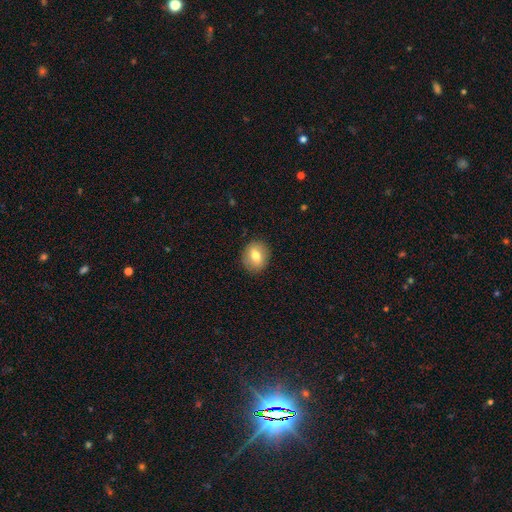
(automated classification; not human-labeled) Q: Smooth or featured?
A: smooth (71%); runner-up: featured or disk (20%)
Q: How rounded?
A: round (66%); runner-up: in between (33%)
Q: Merging?
A: none (88%); runner-up: minor disturbance (8%)